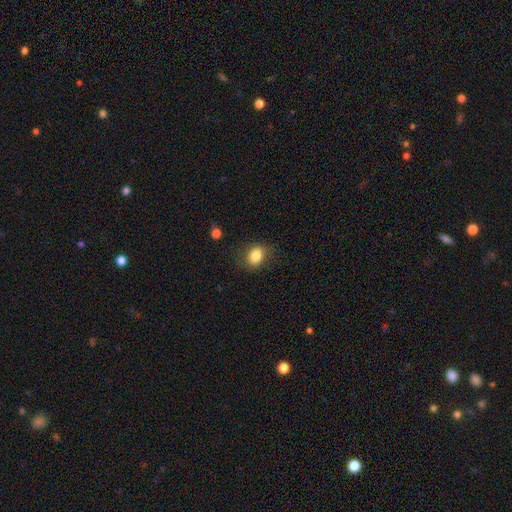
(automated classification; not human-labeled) Overall: smooth (83%). How rounded: in between (59%; round 40%). Merging: none (78%).